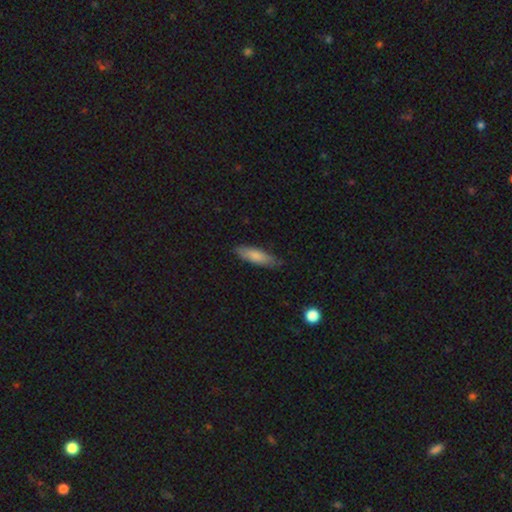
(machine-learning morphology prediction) This is clearly a smooth galaxy (80%). How rounded: possibly cigar-shaped (50%). Merging: likely none (77%).